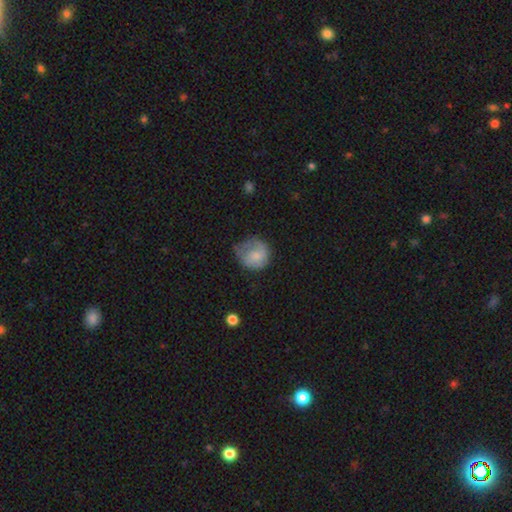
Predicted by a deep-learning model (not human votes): Smooth or featured? smooth (58%)
How rounded? round (83%)
Merging? none (50%)